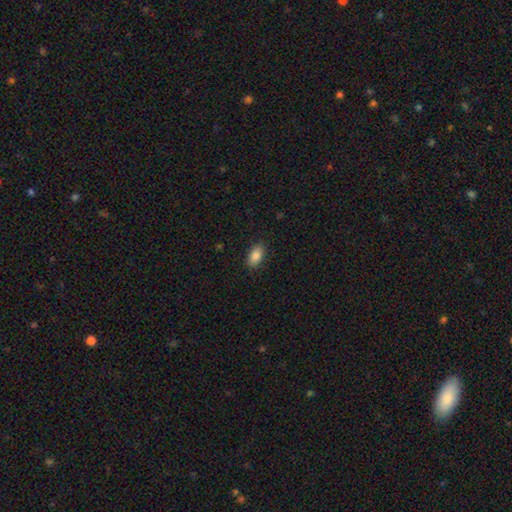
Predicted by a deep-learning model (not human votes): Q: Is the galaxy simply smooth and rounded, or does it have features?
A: smooth — 85%.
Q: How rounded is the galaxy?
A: in between — 92%.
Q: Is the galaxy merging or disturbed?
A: none — 88%.